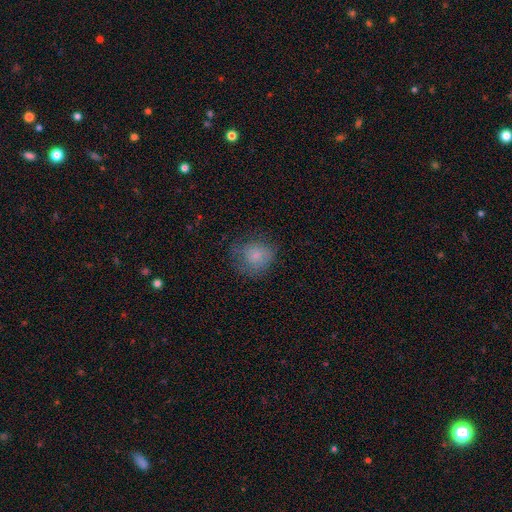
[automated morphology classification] Smooth or featured? Predicted: smooth (p=0.77). How rounded? Predicted: round (p=0.76). Merging? Predicted: none (p=0.59).